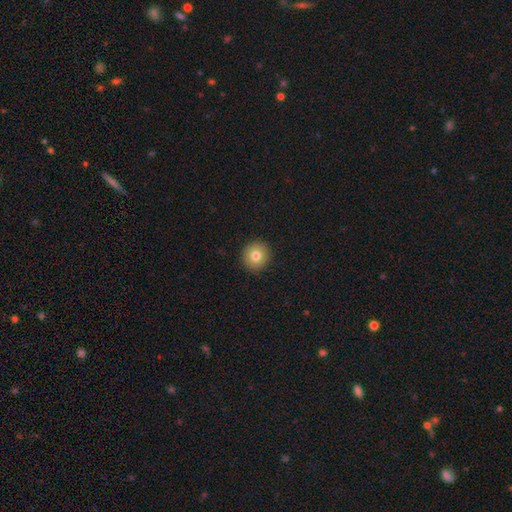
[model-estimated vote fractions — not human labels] Overall: smooth (79%). How rounded: round (94%). Merging: none (93%).